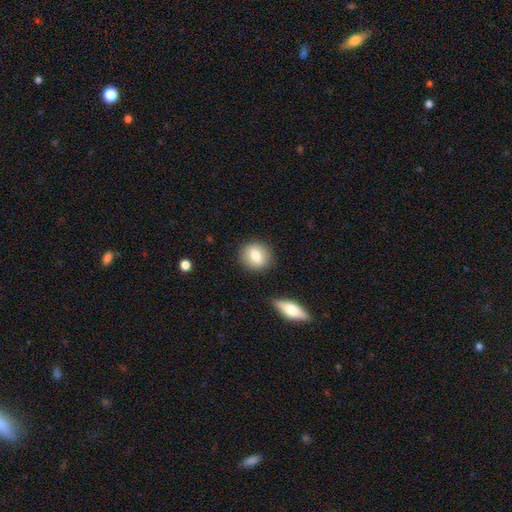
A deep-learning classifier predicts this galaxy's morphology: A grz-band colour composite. It shows a smooth galaxy with no disk features (76%) that is round (78%). Merging: none (86%).